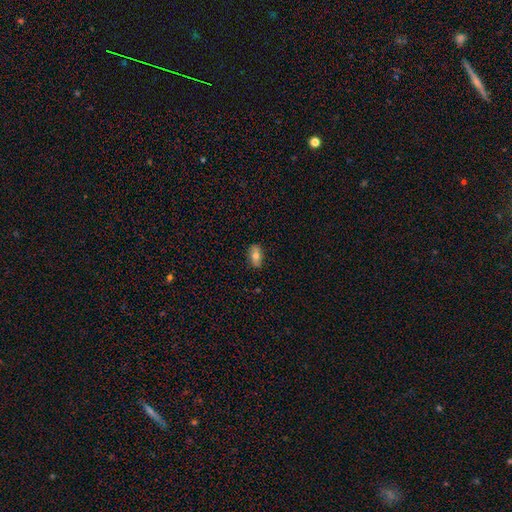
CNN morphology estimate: smooth-or-featured: smooth: 72% | featured or disk: 21% | star or artifact: 8%
  how-rounded: in between: 88% | round: 6% | cigar-shaped: 6%
  merging: none: 84% | minor disturbance: 13% | major disturbance: 2% | merger: 1%